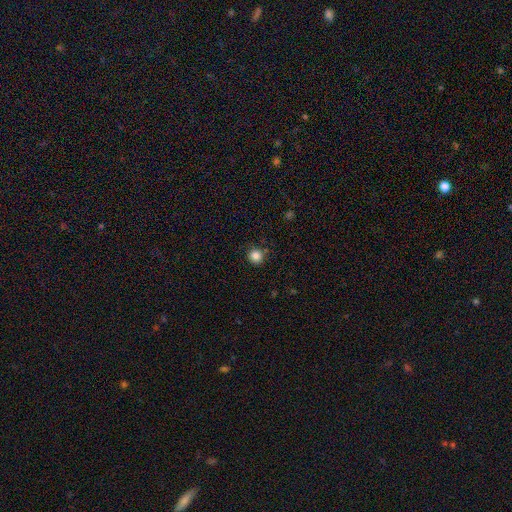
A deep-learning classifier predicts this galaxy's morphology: Q: Smooth or featured?
A: smooth (85%); runner-up: star or artifact (11%)
Q: How rounded?
A: round (93%); runner-up: in between (6%)
Q: Merging?
A: none (85%); runner-up: minor disturbance (10%)